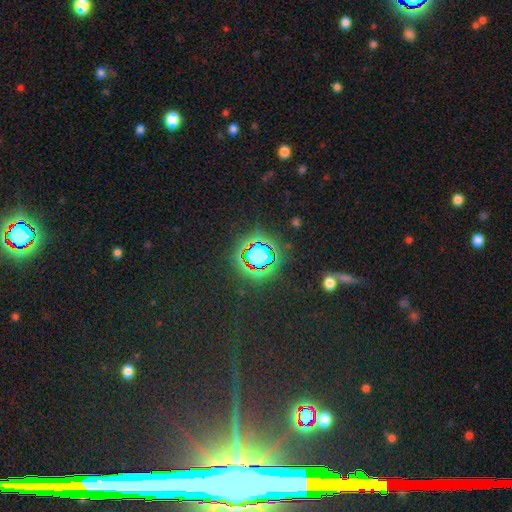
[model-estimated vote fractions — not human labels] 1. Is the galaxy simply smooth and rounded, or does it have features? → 71% star or artifact, 19% smooth, 11% featured or disk.